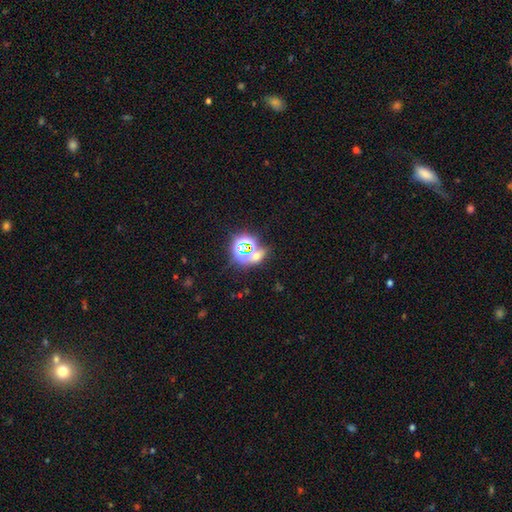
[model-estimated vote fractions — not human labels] Smooth or featured? Predicted: star or artifact (p=0.60).